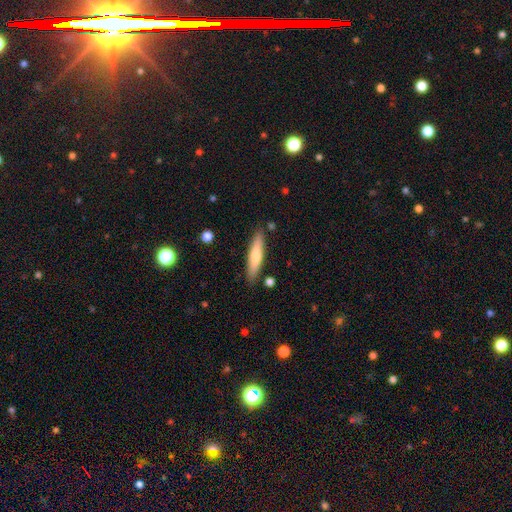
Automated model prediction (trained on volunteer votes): This appears to be a smooth galaxy with no disk features (66%) that is cigar-shaped (84%). Merging: none (86%).